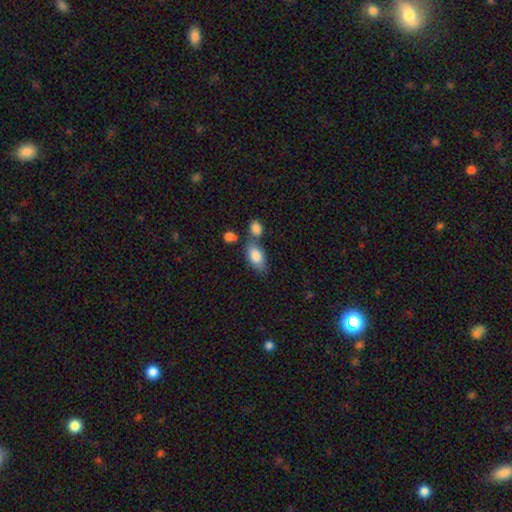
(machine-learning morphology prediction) Smooth or featured? Predicted: smooth (p=0.83). How rounded? Predicted: in between (p=0.89). Merging? Predicted: none (p=0.56).